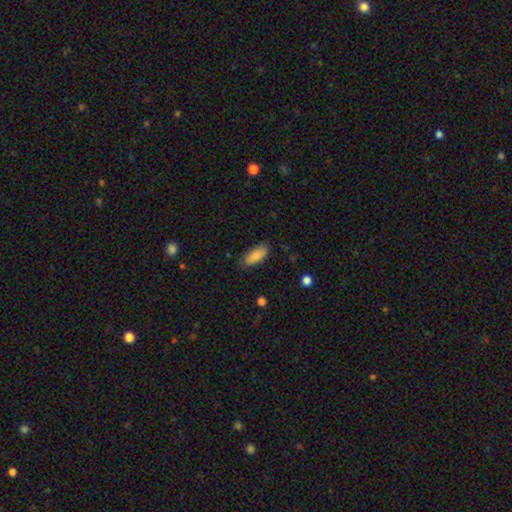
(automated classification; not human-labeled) Smooth or featured?
  - smooth: 86% *
  - star or artifact: 7%
  - featured or disk: 7%
How rounded?
  - in between: 83% *
  - cigar-shaped: 15%
  - round: 2%
Merging?
  - none: 77% *
  - minor disturbance: 18%
  - major disturbance: 3%
  - merger: 1%